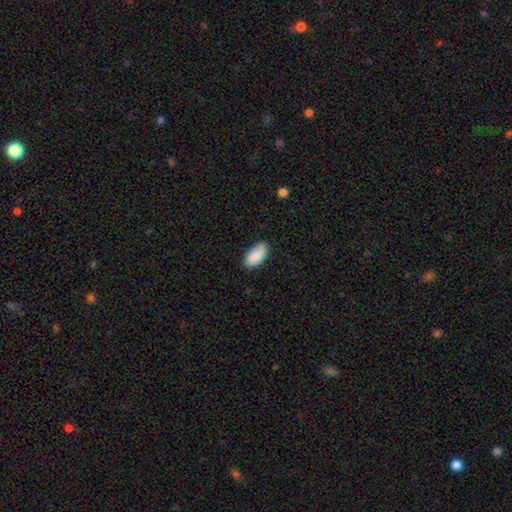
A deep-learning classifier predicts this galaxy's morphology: smooth_or_featured: smooth (p=0.88) [alt: star or artifact p=0.06]
how_rounded: in between (p=0.94) [alt: cigar-shaped p=0.04]
merging: none (p=0.84) [alt: minor disturbance p=0.13]